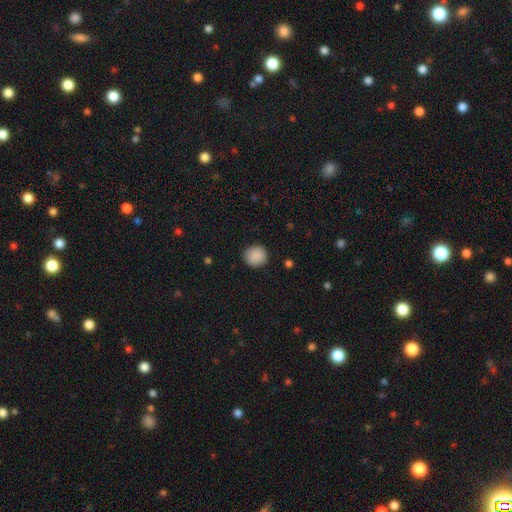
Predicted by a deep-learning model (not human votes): Smooth or featured? Predicted: smooth (p=0.89). How rounded? Predicted: round (p=0.91). Merging? Predicted: none (p=0.90).